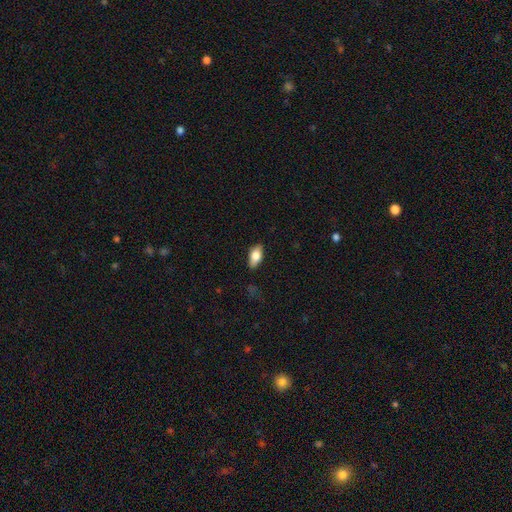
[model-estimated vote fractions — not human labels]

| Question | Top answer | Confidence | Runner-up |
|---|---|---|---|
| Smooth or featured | smooth | 72% | featured or disk (21%) |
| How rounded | in between | 87% | cigar-shaped (9%) |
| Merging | none | 84% | minor disturbance (12%) |